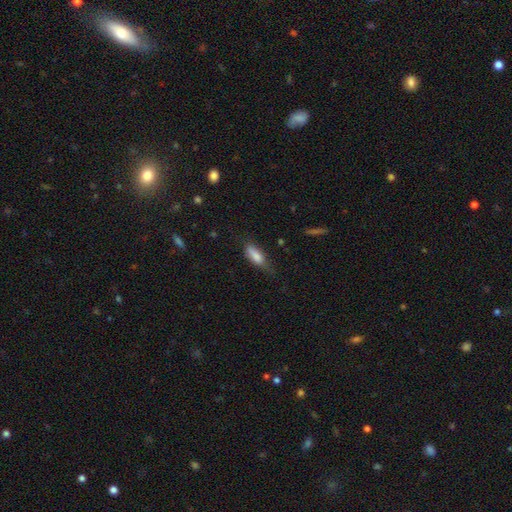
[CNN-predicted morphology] Smooth or featured?
  - smooth: 79% *
  - featured or disk: 14%
  - star or artifact: 7%
How rounded?
  - in between: 66% *
  - cigar-shaped: 32%
  - round: 2%
Merging?
  - none: 51% *
  - minor disturbance: 35%
  - major disturbance: 11%
  - merger: 2%